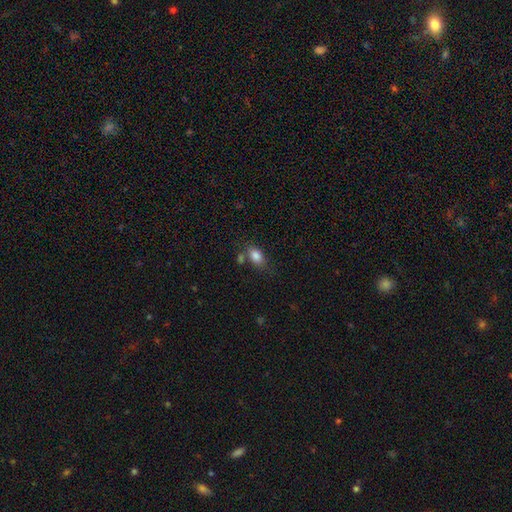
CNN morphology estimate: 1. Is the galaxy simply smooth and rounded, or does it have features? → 84% smooth, 9% star or artifact, 7% featured or disk.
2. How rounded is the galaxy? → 84% in between, 14% round, 2% cigar-shaped.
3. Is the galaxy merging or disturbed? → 61% none, 17% minor disturbance, 17% merger, 6% major disturbance.